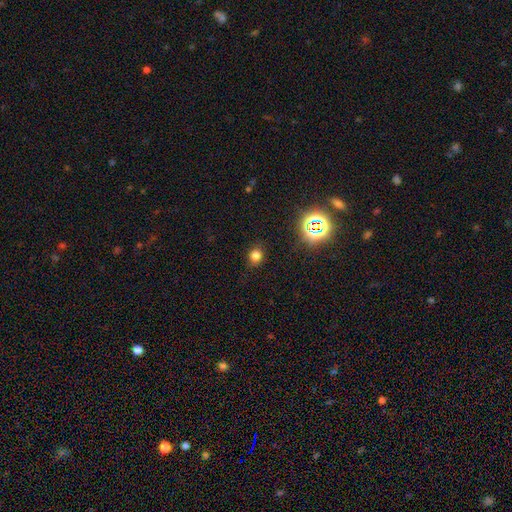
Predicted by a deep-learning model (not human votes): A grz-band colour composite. It shows a smooth galaxy with no disk features (75%) that is round (71%). Merging: none (86%).